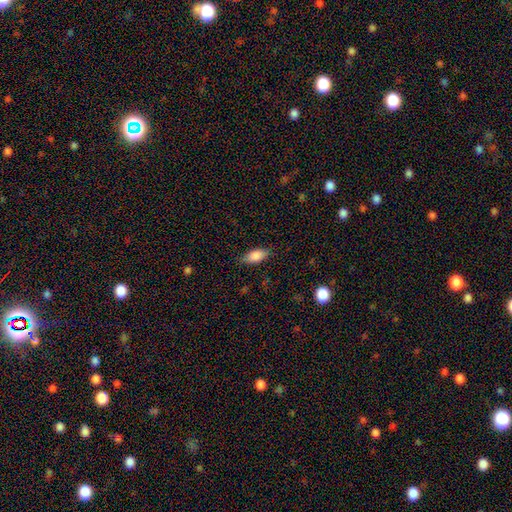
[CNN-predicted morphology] smooth 83%, featured or disk 9%, star or artifact 7%. Down the decision tree: how rounded — in between (87%); merging — none (82%).